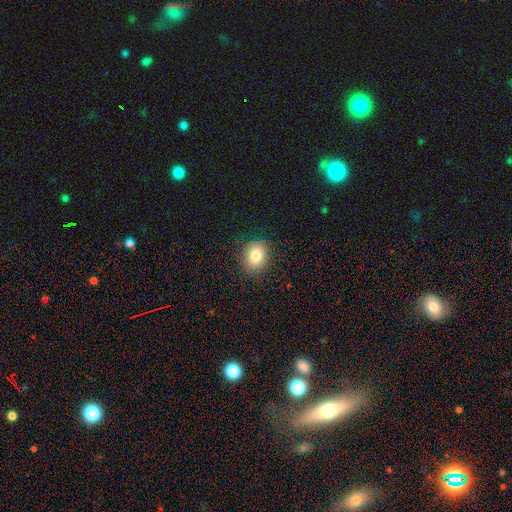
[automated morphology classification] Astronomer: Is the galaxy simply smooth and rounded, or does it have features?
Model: smooth — 80%.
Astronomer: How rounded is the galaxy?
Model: round — 60% (runner-up: in between, 39%).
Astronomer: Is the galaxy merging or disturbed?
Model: none — 87%.